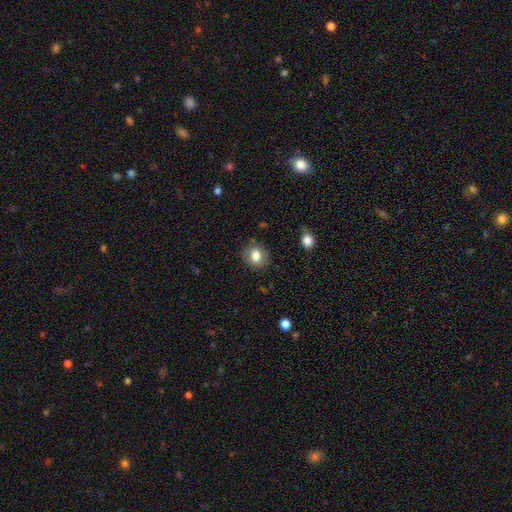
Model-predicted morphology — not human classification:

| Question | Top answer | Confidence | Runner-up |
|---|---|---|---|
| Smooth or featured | smooth | 81% | star or artifact (10%) |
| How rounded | round | 74% | in between (25%) |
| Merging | none | 85% | minor disturbance (11%) |